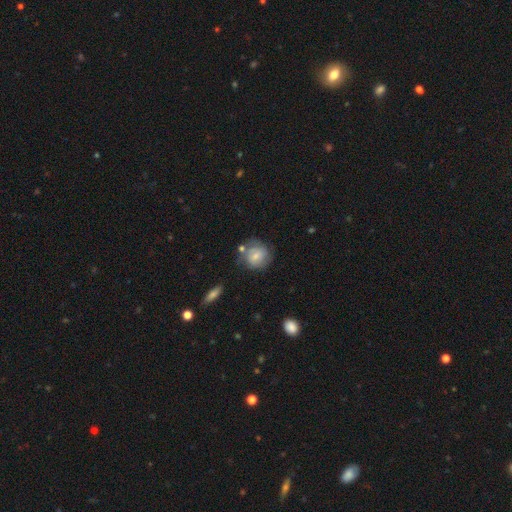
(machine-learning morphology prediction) A smooth galaxy with no disk features (52%) that is round (79%). Merging: none (59%).